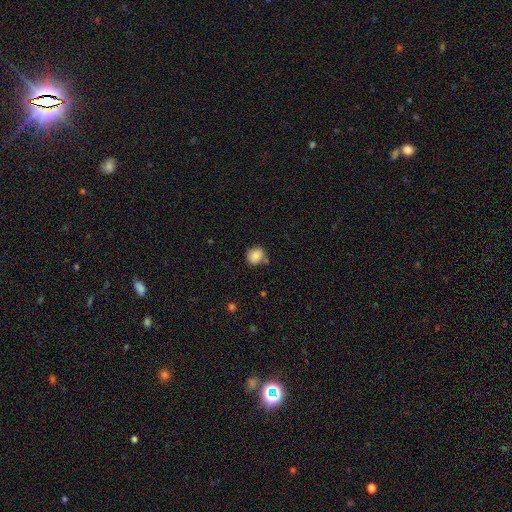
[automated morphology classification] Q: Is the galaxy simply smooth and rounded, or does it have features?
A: smooth — 84%.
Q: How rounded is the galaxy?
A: round — 79%.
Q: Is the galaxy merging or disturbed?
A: none — 70%.